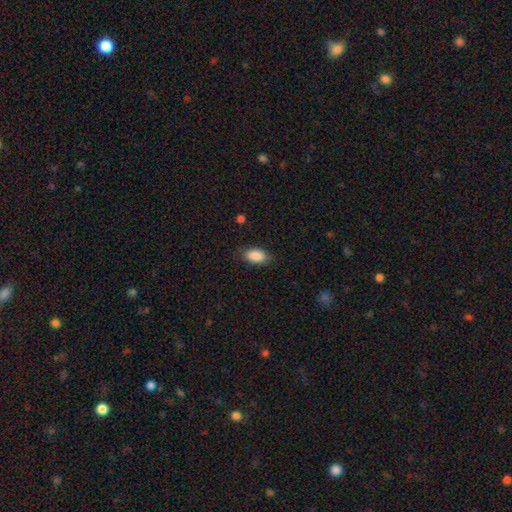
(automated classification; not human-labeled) Q: Smooth or featured?
A: smooth (88%); runner-up: star or artifact (7%)
Q: How rounded?
A: in between (92%); runner-up: round (4%)
Q: Merging?
A: none (84%); runner-up: minor disturbance (12%)